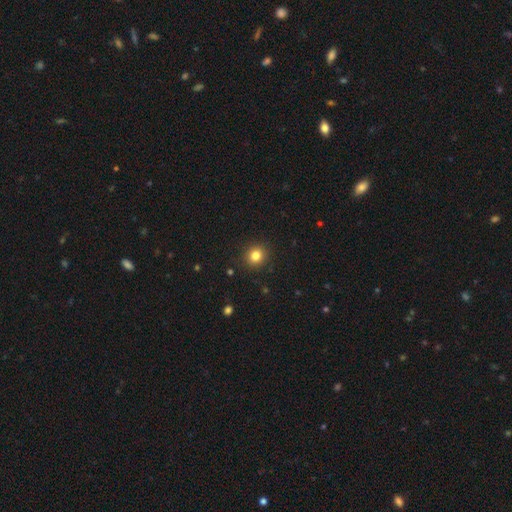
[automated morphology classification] A smooth galaxy with no disk features (82%) that is round (87%). Merging: none (91%).